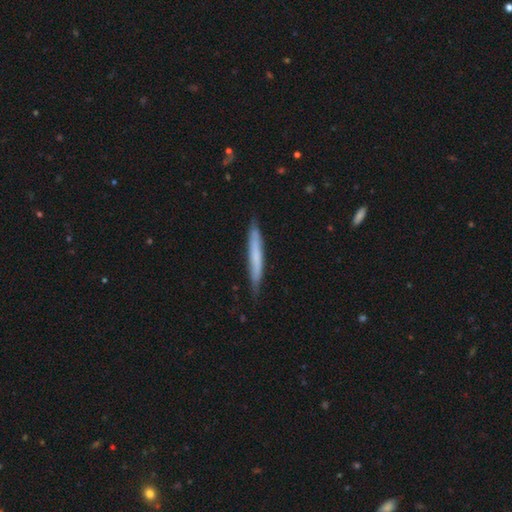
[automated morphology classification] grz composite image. It shows a smooth galaxy with no disk features (60%) that is cigar-shaped (96%). Merging: none (81%).